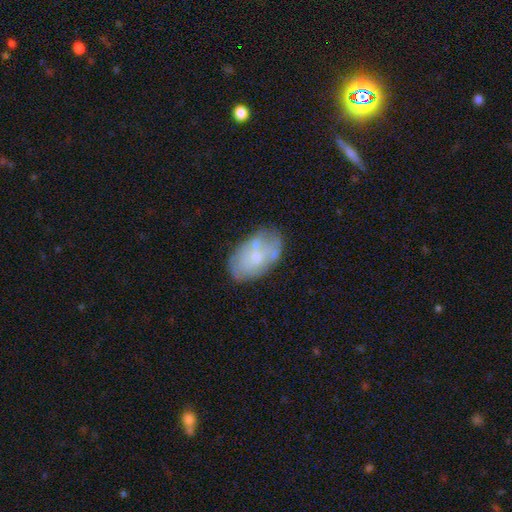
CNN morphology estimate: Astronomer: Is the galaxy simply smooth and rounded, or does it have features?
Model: smooth — 49% (runner-up: featured or disk, 44%).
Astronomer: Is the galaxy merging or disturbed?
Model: none — 59%.